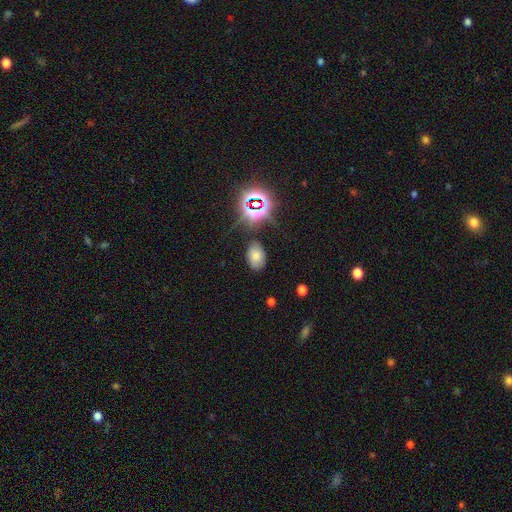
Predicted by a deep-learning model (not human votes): smooth_or_featured: smooth (p=0.55) [alt: star or artifact p=0.32]
how_rounded: in between (p=0.83) [alt: round p=0.15]
merging: none (p=0.79) [alt: minor disturbance p=0.14]